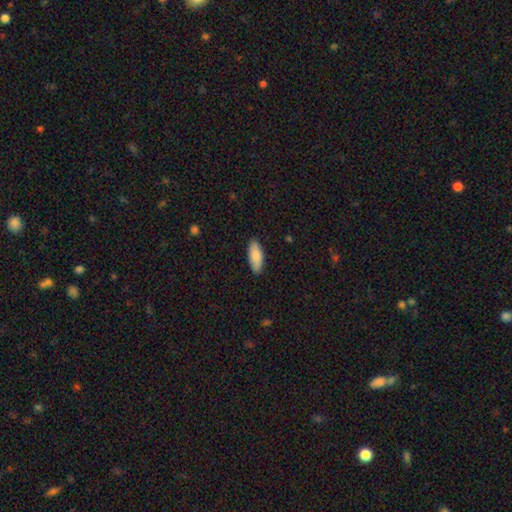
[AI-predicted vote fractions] Q: Smooth or featured?
A: smooth (87%); runner-up: featured or disk (7%)
Q: How rounded?
A: in between (79%); runner-up: cigar-shaped (20%)
Q: Merging?
A: none (88%); runner-up: minor disturbance (9%)